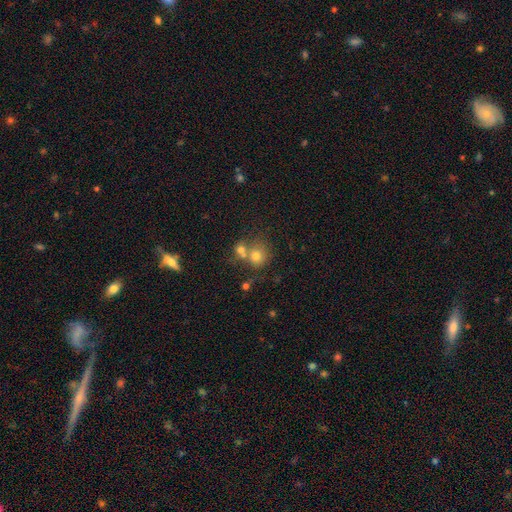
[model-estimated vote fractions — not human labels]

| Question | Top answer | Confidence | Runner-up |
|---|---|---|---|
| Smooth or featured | smooth | 69% | featured or disk (16%) |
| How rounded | round | 82% | in between (17%) |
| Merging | merger | 47% | none (41%) |